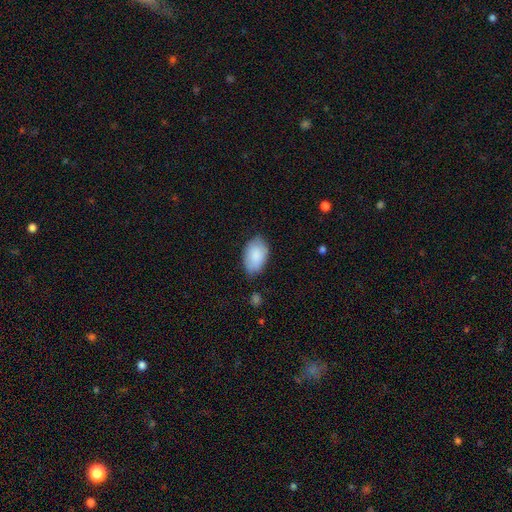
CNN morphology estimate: smooth_or_featured: smooth (p=0.86) [alt: featured or disk p=0.08]
how_rounded: in between (p=0.92) [alt: round p=0.07]
merging: none (p=0.70) [alt: minor disturbance p=0.22]